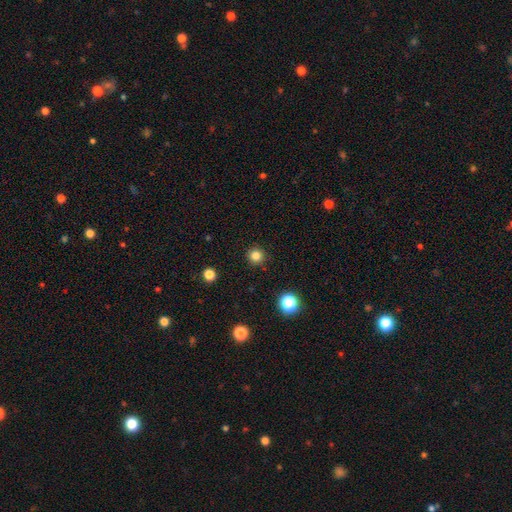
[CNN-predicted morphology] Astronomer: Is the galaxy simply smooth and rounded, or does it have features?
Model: smooth — 82%.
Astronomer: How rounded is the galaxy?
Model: round — 95%.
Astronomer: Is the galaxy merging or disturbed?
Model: none — 92%.